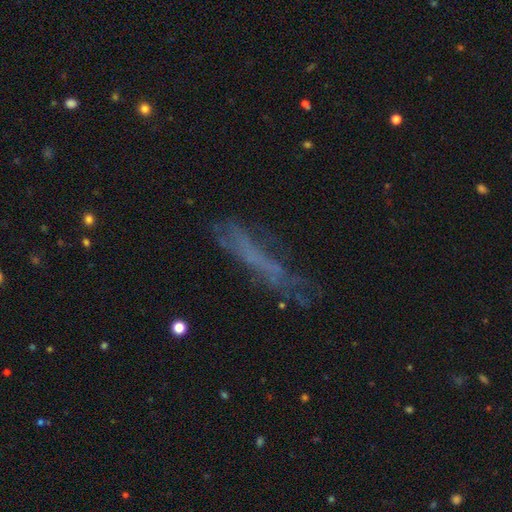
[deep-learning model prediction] smooth_or_featured: smooth (p=0.42) [alt: featured or disk p=0.41]
merging: none (p=0.51) [alt: minor disturbance p=0.24]